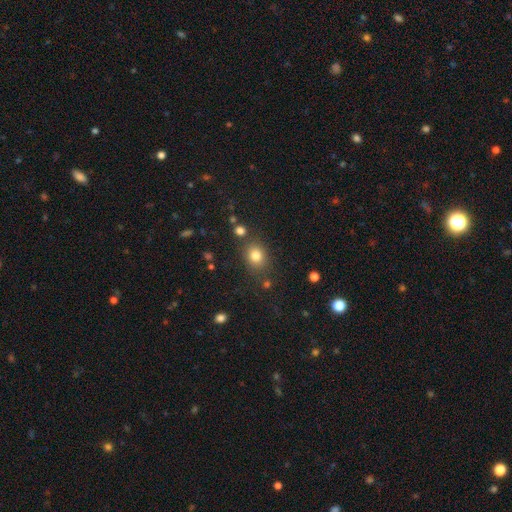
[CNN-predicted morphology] This is likely a smooth galaxy (80%). How rounded: likely round (63%). Merging: likely none (79%).